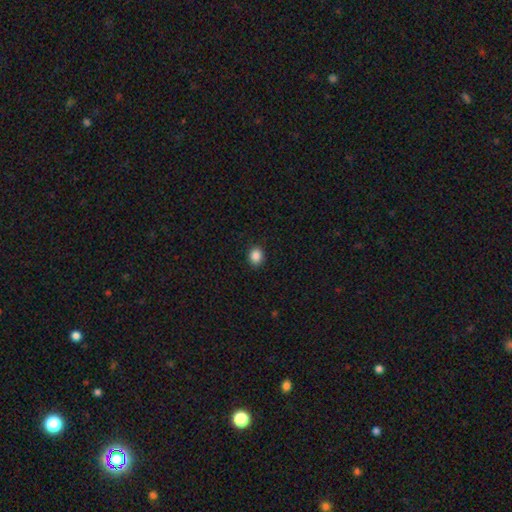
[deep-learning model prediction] Overall: smooth (87%). How rounded: round (66%; in between 33%). Merging: none (90%).